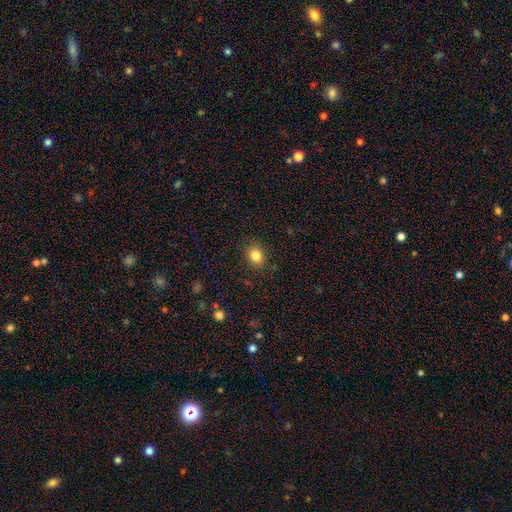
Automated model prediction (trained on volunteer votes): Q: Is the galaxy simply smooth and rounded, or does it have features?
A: smooth — 84%.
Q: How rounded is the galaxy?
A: round — 58%.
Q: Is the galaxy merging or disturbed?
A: none — 88%.